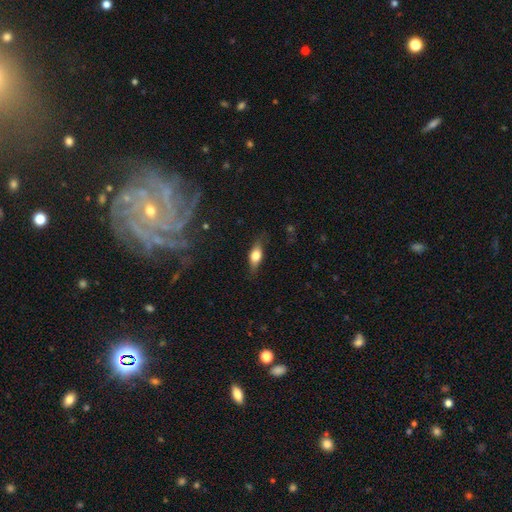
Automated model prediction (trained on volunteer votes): A smooth galaxy with no disk features (63%) that is in between round and cigar-shaped (72%). Merging: none (77%).